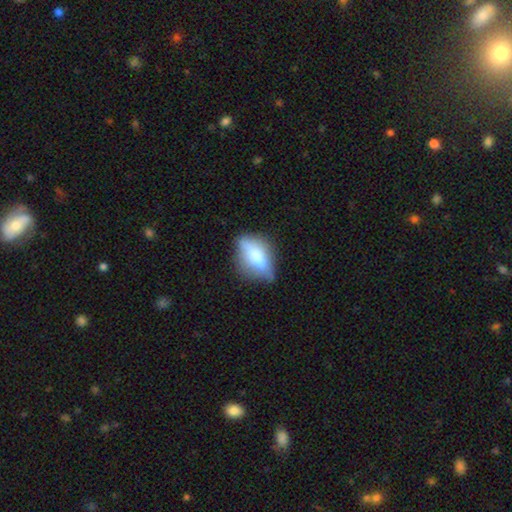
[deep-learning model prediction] Morphology: type=smooth (53%); roundness=in between (74%); merging=none (54%).